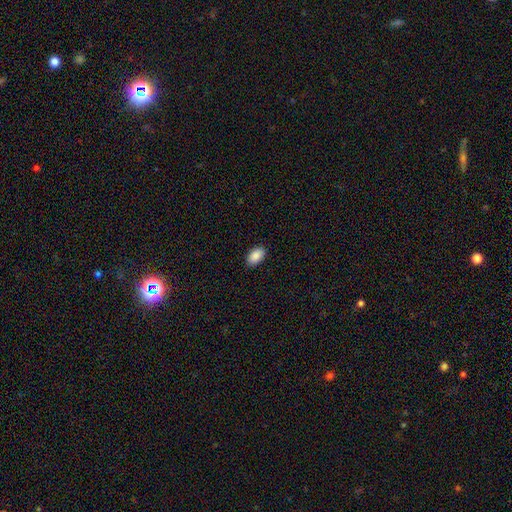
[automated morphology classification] This appears to be a smooth galaxy with no disk features (89%) that is in between round and cigar-shaped (94%). Merging: none (89%).